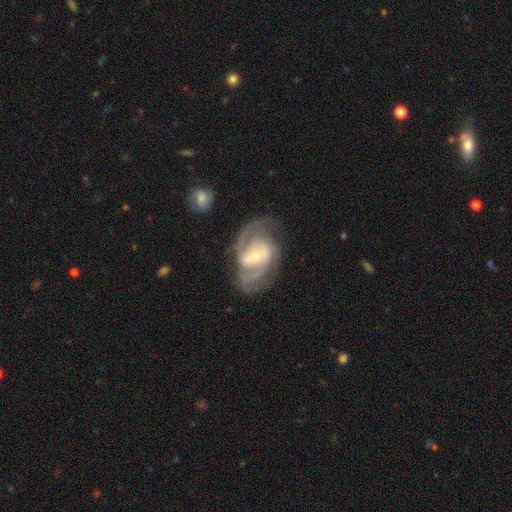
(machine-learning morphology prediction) This is clearly a featured or disk galaxy (87%). It is clearly not viewed edge-on (97%). Bar: marginally weak (45%). Spiral arm pattern: clearly yes (95%). Spiral arm count: likely 2 (66%). Spiral winding: possibly medium (51%). Central bulge: possibly small (49%). Merging: likely none (65%).